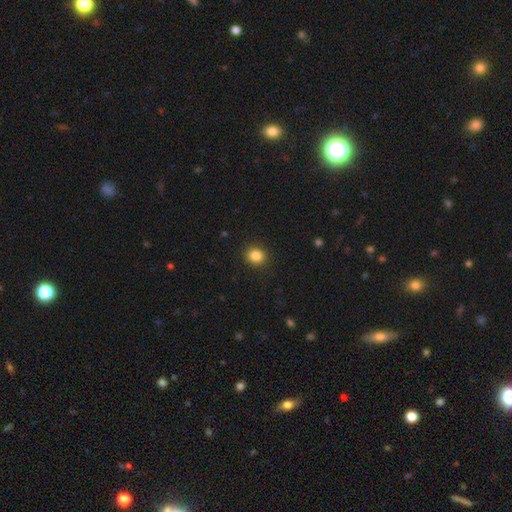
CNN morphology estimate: This appears to be a smooth galaxy with no disk features (85%) that is round (69%). Merging: none (90%).